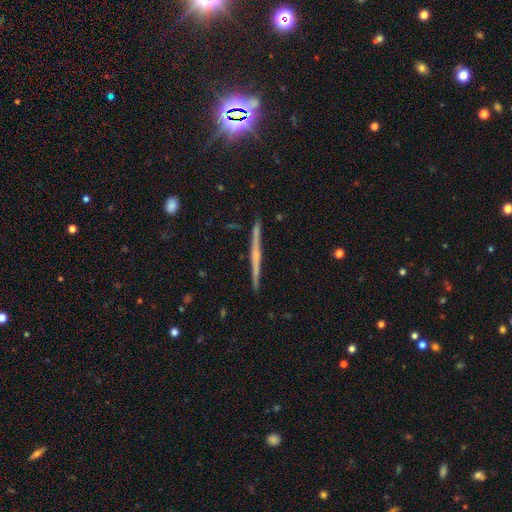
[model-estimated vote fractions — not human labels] This is likely a featured or disk galaxy (67%). It is clearly viewed edge-on (98%). Edge-on bulge: possibly none (50%). Merging: clearly none (90%).